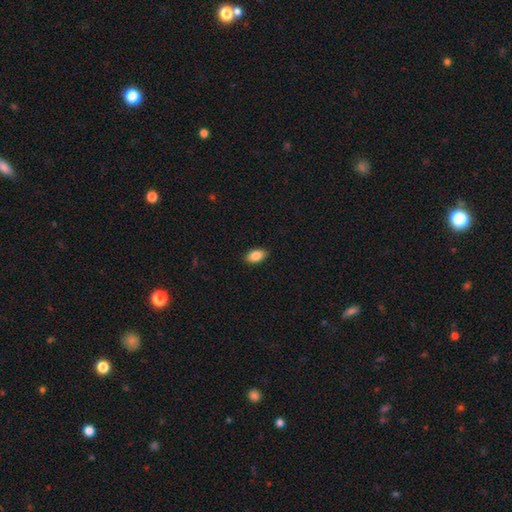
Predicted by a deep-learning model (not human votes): Smooth or featured: smooth — 86% (star or artifact — 7%)
How rounded: in between — 91% (round — 6%)
Merging: none — 88% (minor disturbance — 9%)